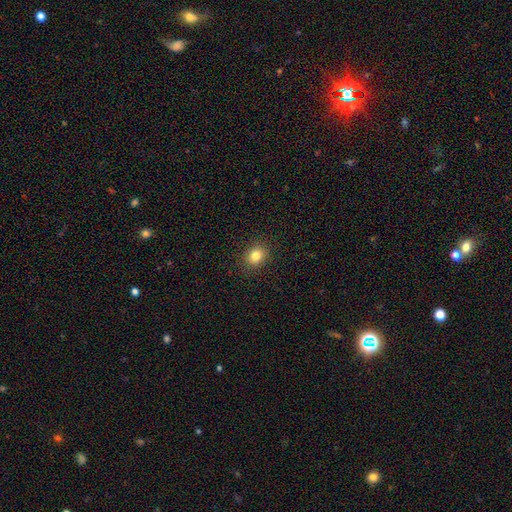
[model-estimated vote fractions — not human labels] Smooth or featured? smooth (82%)
How rounded? round (62%)
Merging? none (90%)